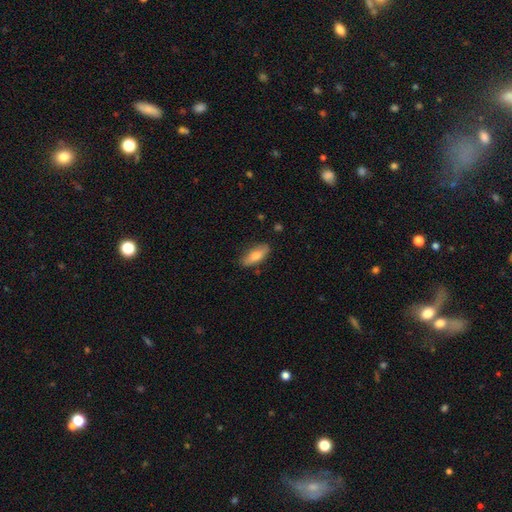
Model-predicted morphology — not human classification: Q: Smooth or featured?
A: smooth (75%); runner-up: featured or disk (19%)
Q: How rounded?
A: in between (65%); runner-up: cigar-shaped (32%)
Q: Merging?
A: none (82%); runner-up: minor disturbance (14%)